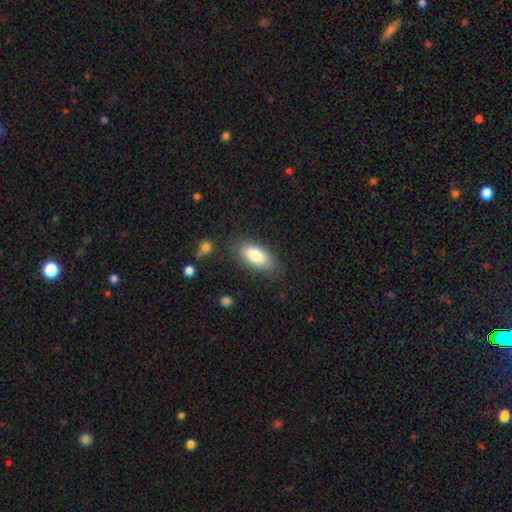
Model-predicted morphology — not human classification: Smooth or featured: smooth — 82% (featured or disk — 12%)
How rounded: in between — 87% (cigar-shaped — 11%)
Merging: none — 81% (minor disturbance — 13%)